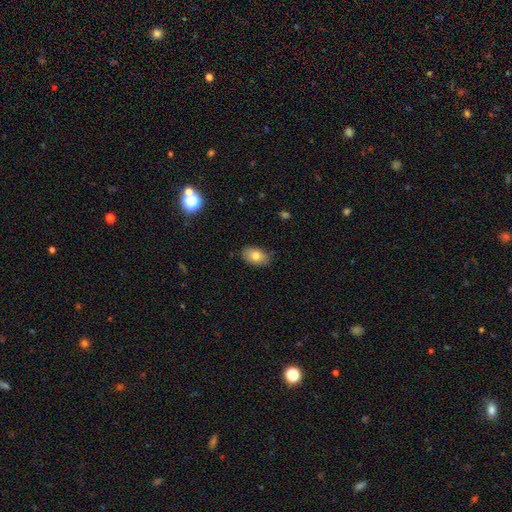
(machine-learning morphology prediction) A smooth galaxy with no disk features (81%) that is in between round and cigar-shaped (89%). Merging: none (82%).